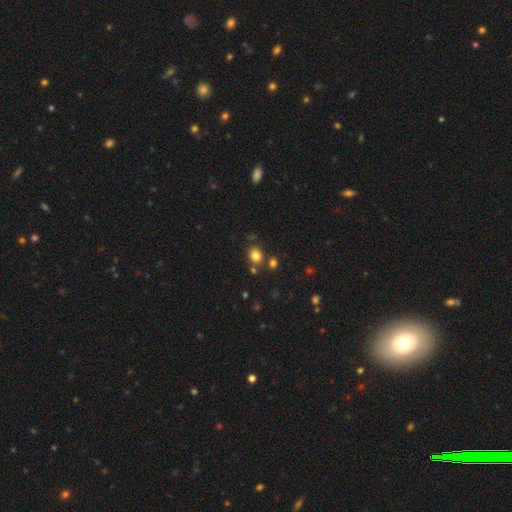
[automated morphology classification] A smooth galaxy with no disk features (80%) that is round (64%). Merging: none (76%).